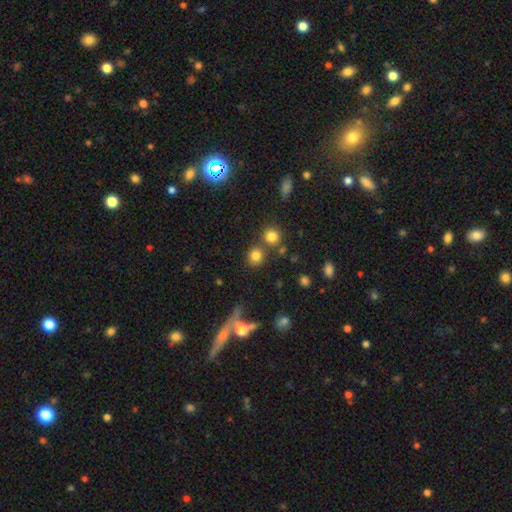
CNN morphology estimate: Smooth or featured? smooth (79%)
How rounded? round (86%)
Merging? none (71%)